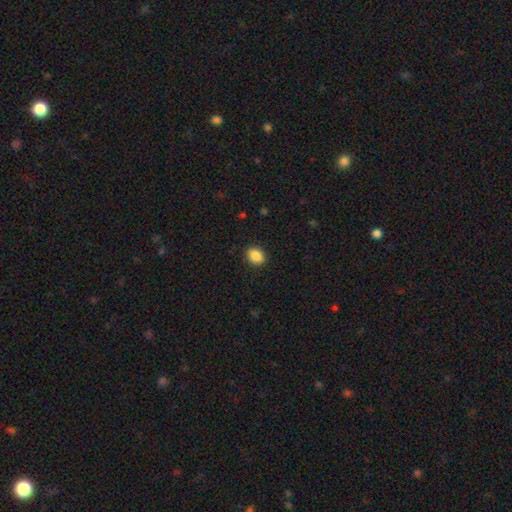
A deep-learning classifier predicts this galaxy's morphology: The model was most divided on "how rounded": in between: 54%, round: 45%, cigar-shaped: 1%. More confident: merging — none (89%); smooth or featured — smooth (88%).